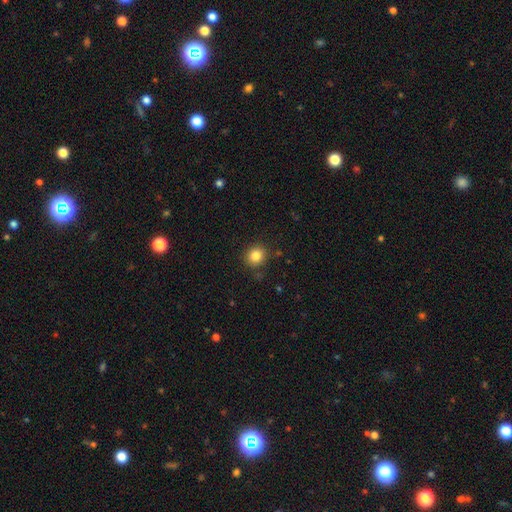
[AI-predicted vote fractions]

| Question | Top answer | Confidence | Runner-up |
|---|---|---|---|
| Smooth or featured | smooth | 83% | star or artifact (11%) |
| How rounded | round | 86% | in between (13%) |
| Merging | none | 87% | minor disturbance (8%) |